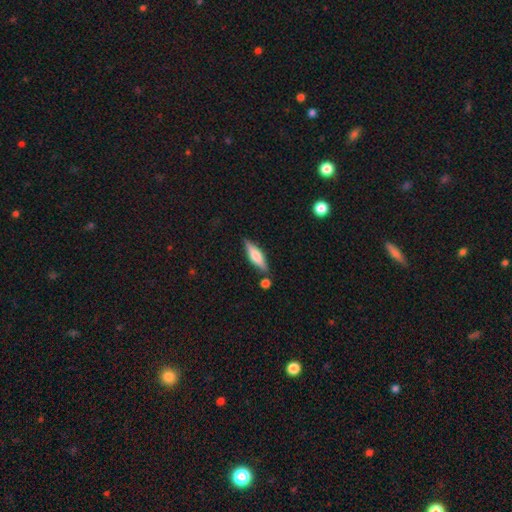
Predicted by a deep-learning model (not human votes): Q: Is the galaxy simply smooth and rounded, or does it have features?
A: smooth — 53%.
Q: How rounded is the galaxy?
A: cigar-shaped — 60%.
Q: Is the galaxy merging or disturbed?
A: none — 78%.